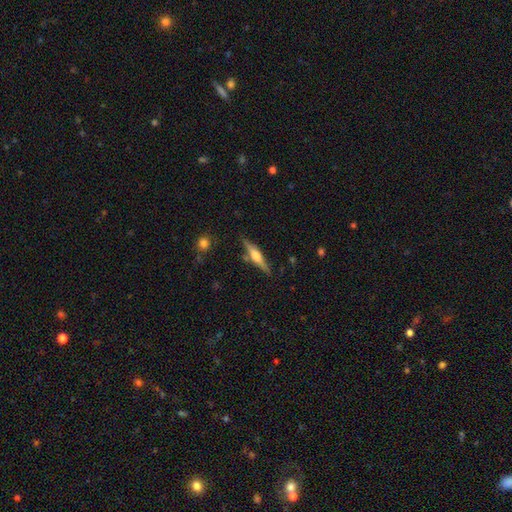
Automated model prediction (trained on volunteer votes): Smooth or featured? featured or disk (62%)
Edge-on disk? yes (96%)
Edge-on bulge? rounded (83%)
Merging? none (82%)